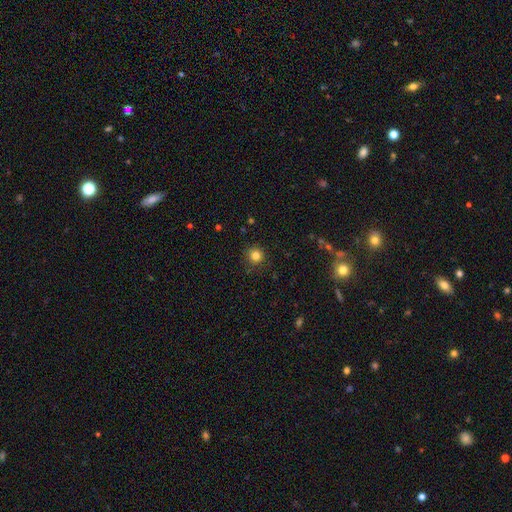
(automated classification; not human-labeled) Smooth or featured? Predicted: smooth (p=0.82). How rounded? Predicted: round (p=0.94). Merging? Predicted: none (p=0.90).